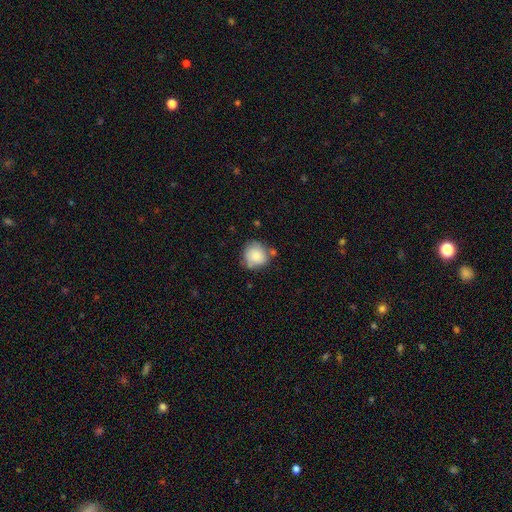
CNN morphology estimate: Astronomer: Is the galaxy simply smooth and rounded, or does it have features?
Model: smooth — 81%.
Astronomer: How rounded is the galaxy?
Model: round — 86%.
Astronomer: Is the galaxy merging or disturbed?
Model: none — 63%.